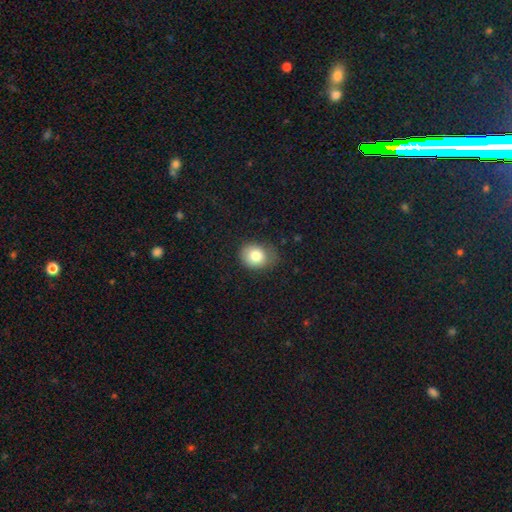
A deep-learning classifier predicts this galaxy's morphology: The model was most divided on "how rounded": round: 61%, in between: 38%, cigar-shaped: 1%. More confident: smooth or featured — smooth (82%); merging — none (65%).